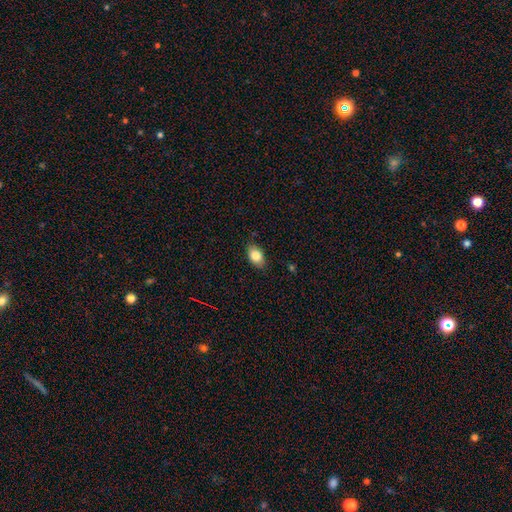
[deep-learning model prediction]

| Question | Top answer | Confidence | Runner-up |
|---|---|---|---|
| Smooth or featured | smooth | 83% | featured or disk (9%) |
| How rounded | in between | 89% | round (9%) |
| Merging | none | 85% | minor disturbance (12%) |